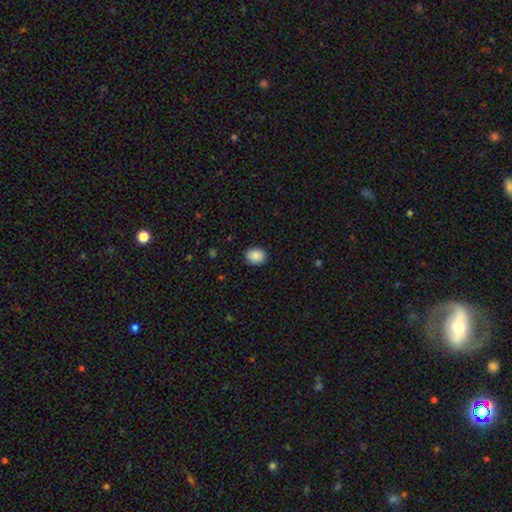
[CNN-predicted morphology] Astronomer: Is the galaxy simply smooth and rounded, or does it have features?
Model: smooth — 89%.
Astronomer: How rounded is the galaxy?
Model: in between — 56% (runner-up: round, 43%).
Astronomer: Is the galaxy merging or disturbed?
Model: none — 89%.